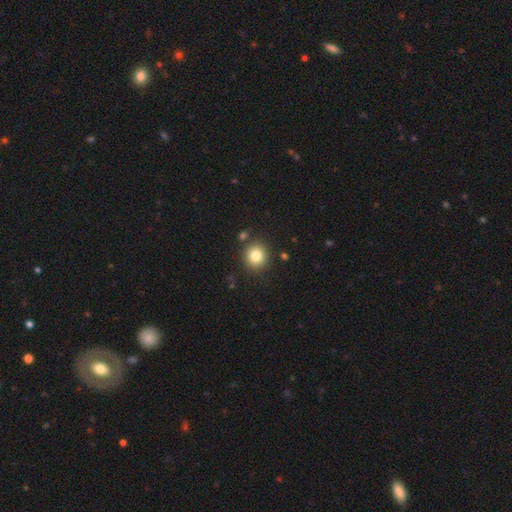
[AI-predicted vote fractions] Morphology: type=smooth (82%); roundness=round (87%); merging=none (86%).